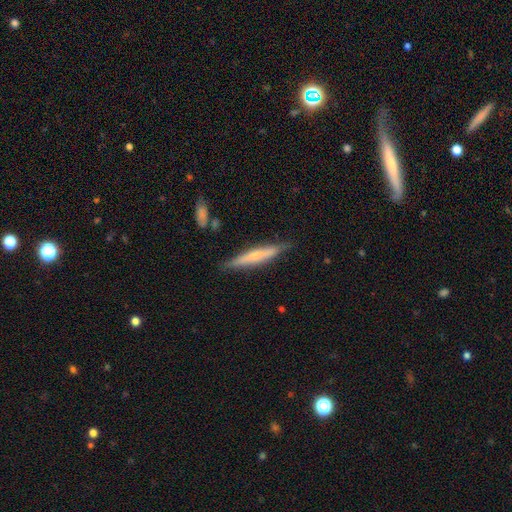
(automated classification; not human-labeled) Overall: smooth (54%; featured or disk 40%). How rounded: cigar-shaped (92%). Merging: none (84%).